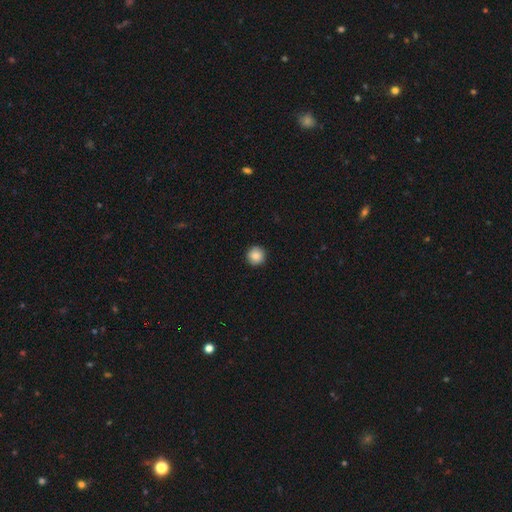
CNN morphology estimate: Smooth or featured?
  - smooth: 86% *
  - star or artifact: 9%
  - featured or disk: 5%
How rounded?
  - round: 95% *
  - in between: 4%
  - cigar-shaped: 1%
Merging?
  - none: 90% *
  - minor disturbance: 7%
  - major disturbance: 2%
  - merger: 1%